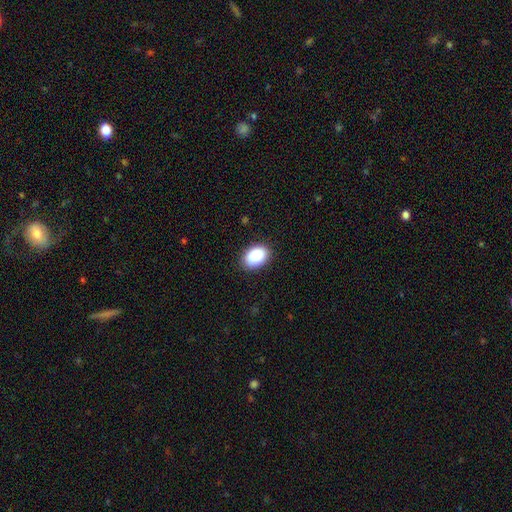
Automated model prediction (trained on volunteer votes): Smooth or featured? Predicted: smooth (p=0.90). How rounded? Predicted: in between (p=0.87). Merging? Predicted: none (p=0.88).